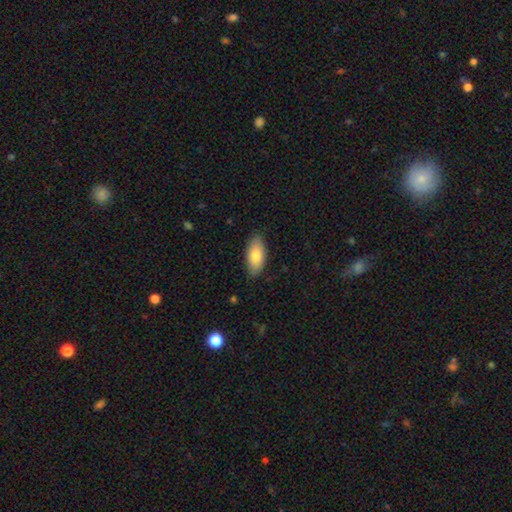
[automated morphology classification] Smooth or featured: smooth — 80% (featured or disk — 14%)
How rounded: in between — 90% (cigar-shaped — 8%)
Merging: none — 85% (minor disturbance — 12%)